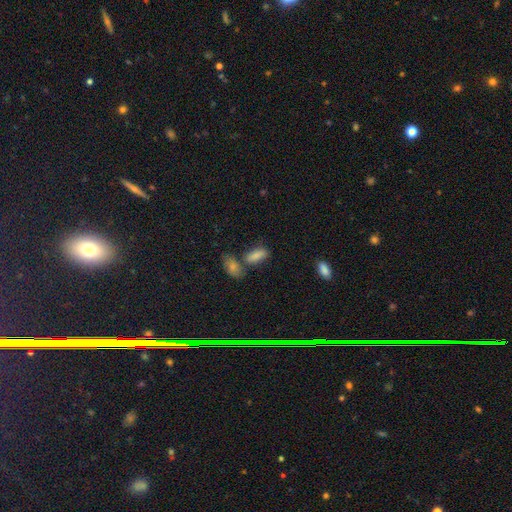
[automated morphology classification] type=smooth (83%); roundness=in between (83%); merging=none (53%).